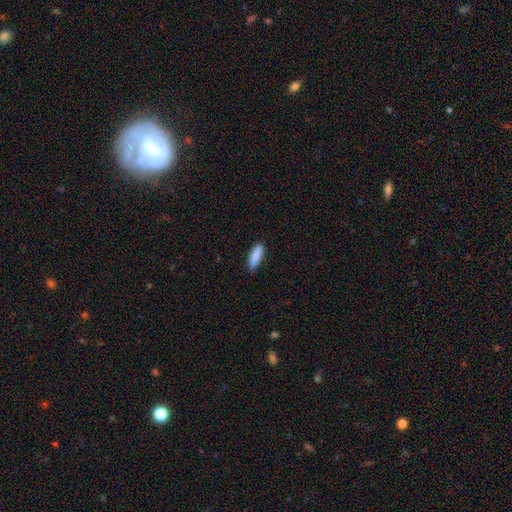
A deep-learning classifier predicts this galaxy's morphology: Overall: smooth (88%). How rounded: cigar-shaped (54%; in between 44%). Merging: none (85%).